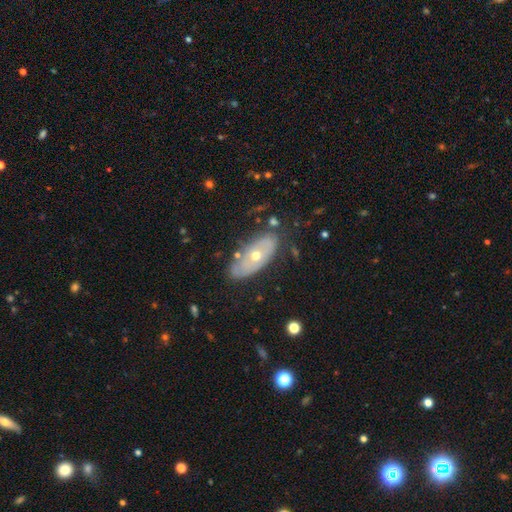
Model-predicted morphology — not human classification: Overall: featured or disk (53%; smooth 40%). Edge-on disk: no (79%). Merging: none (75%).